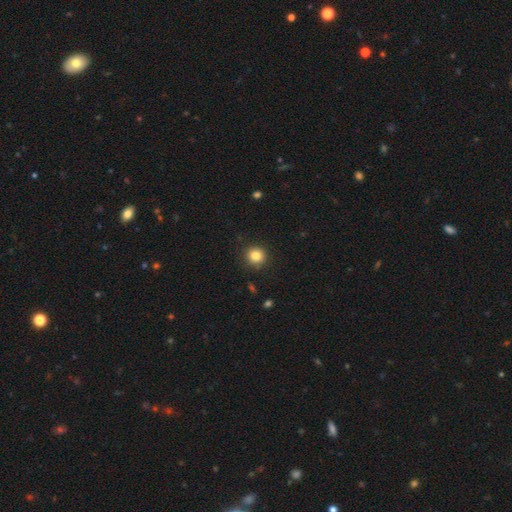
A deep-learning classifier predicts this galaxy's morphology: smooth 83%, star or artifact 11%, featured or disk 6%. Down the decision tree: how rounded — round (91%); merging — none (90%).